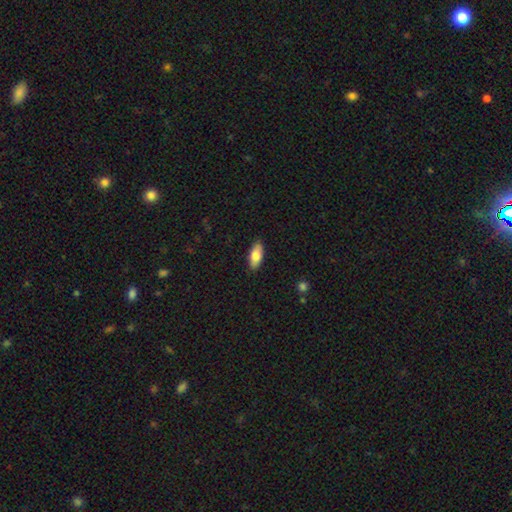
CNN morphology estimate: A smooth galaxy with no disk features (78%) that is in between round and cigar-shaped (84%).

Vote fractions:
- Smooth or featured? smooth: 78% / featured or disk: 16% / star or artifact: 6%
- How rounded? in between: 84% / cigar-shaped: 13% / round: 2%
- Merging? none: 88% / minor disturbance: 9% / major disturbance: 2% / merger: 1%